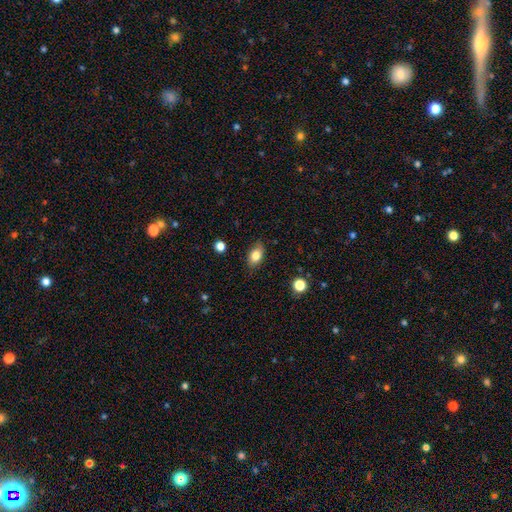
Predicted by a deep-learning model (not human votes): smooth-or-featured: smooth: 82% | featured or disk: 10% | star or artifact: 8%
  how-rounded: in between: 86% | round: 11% | cigar-shaped: 3%
  merging: none: 82% | minor disturbance: 14% | major disturbance: 3% | merger: 1%